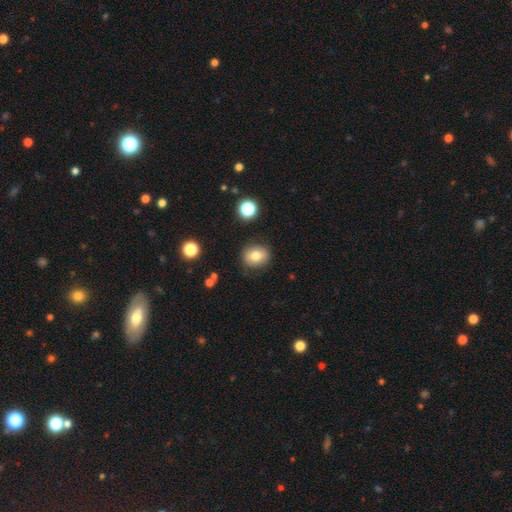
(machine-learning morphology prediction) This is likely a smooth galaxy (79%). How rounded: likely round (68%). Merging: clearly none (86%).